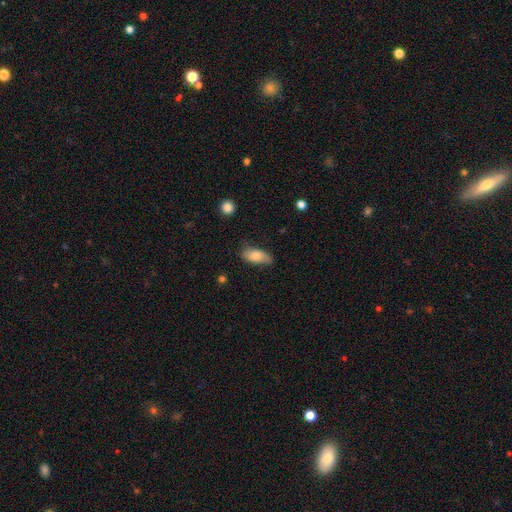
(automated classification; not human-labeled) Smooth or featured? smooth (76%)
How rounded? in between (89%)
Merging? none (62%)